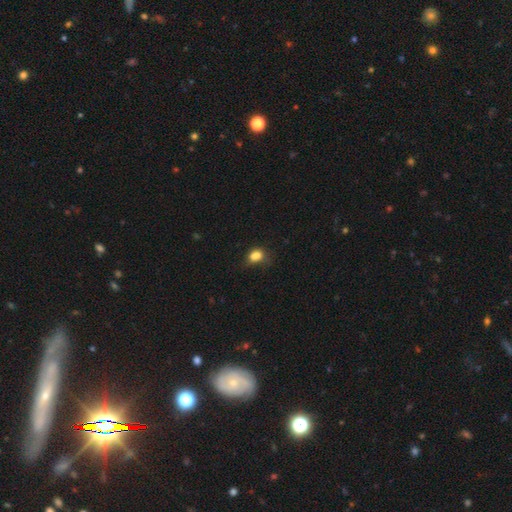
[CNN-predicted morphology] This is clearly a smooth galaxy (80%). How rounded: possibly in between (60%). Merging: marginally none (40%).